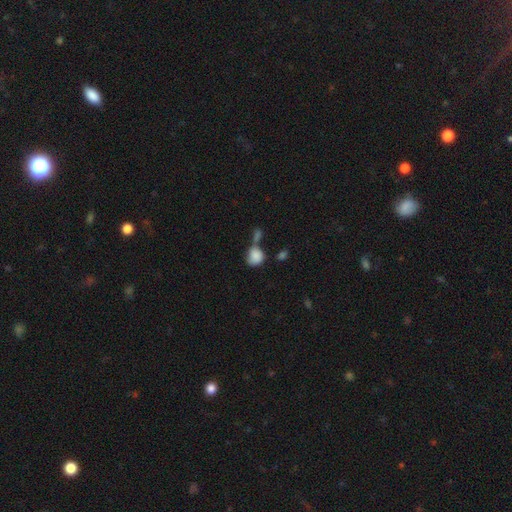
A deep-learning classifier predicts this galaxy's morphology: Smooth or featured? Predicted: smooth (p=0.84). How rounded? Predicted: round (p=0.67). Merging? Predicted: merger (p=0.43).